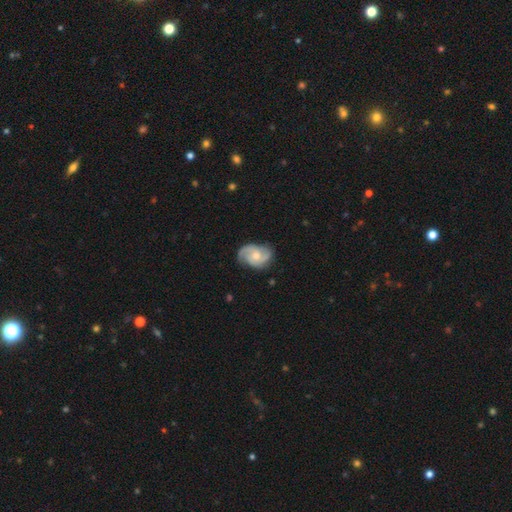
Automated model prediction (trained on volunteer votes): A featured or disk galaxy (83%) with no bar (65%), 2 (45%) medium (51%) spiral arms (97%) and a moderate central bulge (57%).

Vote fractions:
- Smooth or featured? featured or disk: 83% / smooth: 12% / star or artifact: 5%
- Edge-on disk? no: 98% / yes: 2%
- Bar? no: 65% / weak: 30% / strong: 5%
- Spiral arms? yes: 97% / no: 3%
- Spiral winding? medium: 51% / tight: 32% / loose: 18%
- Spiral arm count? 2: 45% / 3: 38% / can't tell: 8% / 4: 4% / 1: 3% / more than 4: 3%
- Bulge size? moderate: 57% / small: 36% / large: 3% / none: 3% / dominant: 1%
- Merging? none: 74% / minor disturbance: 19% / major disturbance: 6% / merger: 1%